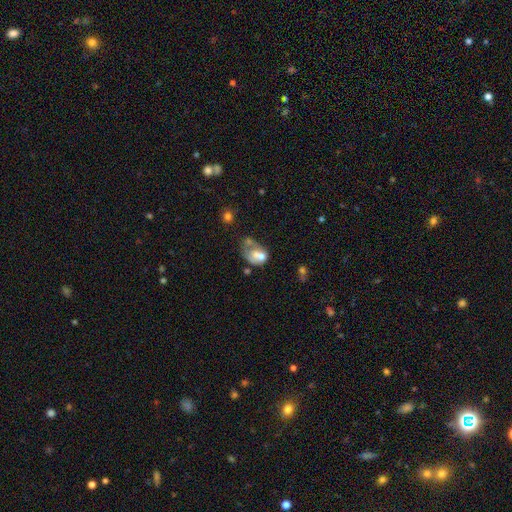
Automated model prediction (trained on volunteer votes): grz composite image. It shows a smooth galaxy with no disk features (48%). Merging: merger (35%).